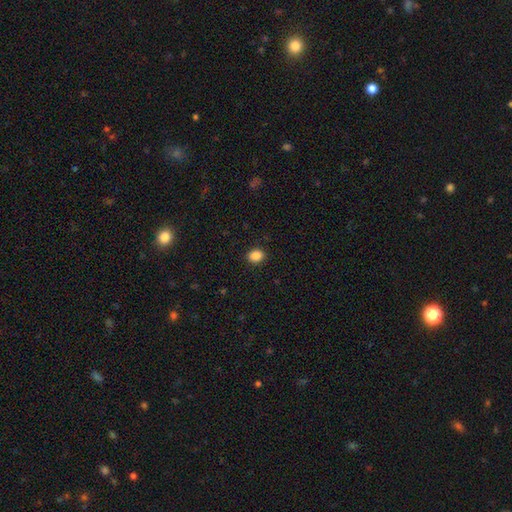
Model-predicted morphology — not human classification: The model was most divided on "how rounded": in between: 50%, round: 49%, cigar-shaped: 1%. More confident: merging — none (90%); smooth or featured — smooth (87%).